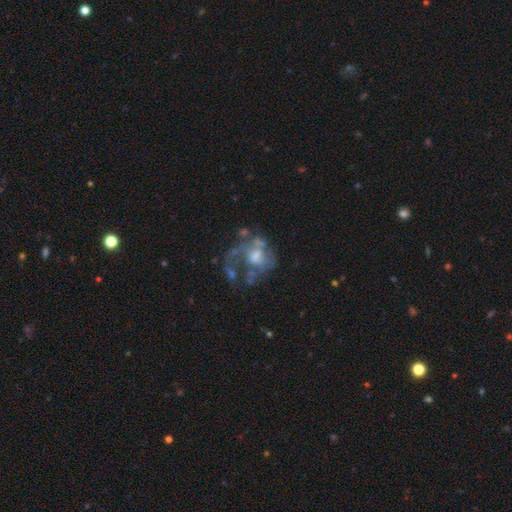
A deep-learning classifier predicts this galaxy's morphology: This appears to be a featured or disk galaxy (67%) with no bar (76%), no spiral arms (64%) and a moderate central bulge (51%). Merging: major disturbance (38%).